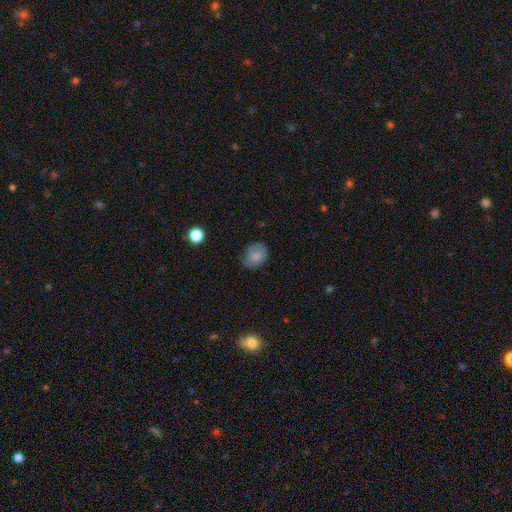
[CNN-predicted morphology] Smooth or featured: smooth — 82% (featured or disk — 10%)
How rounded: in between — 54% (round — 45%)
Merging: none — 70% (minor disturbance — 23%)